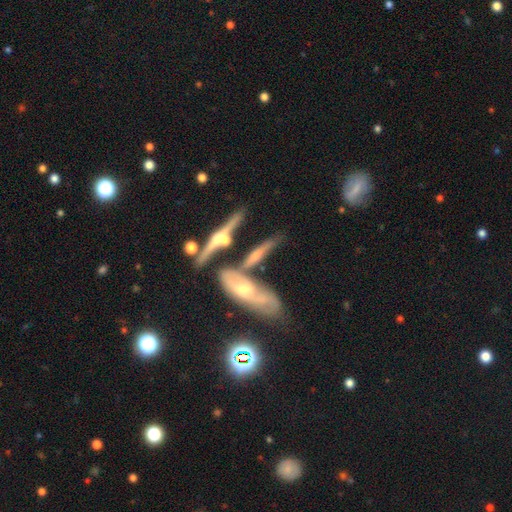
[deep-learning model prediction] Smooth or featured: featured or disk — 59% (smooth — 32%)
Edge-on disk: yes — 82% (no — 18%)
Merging: none — 47% (merger — 31%)